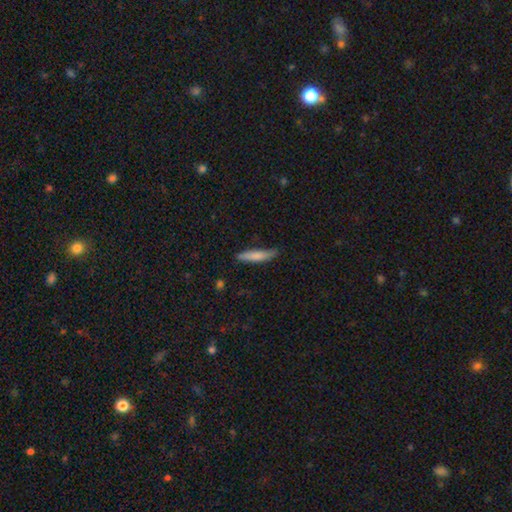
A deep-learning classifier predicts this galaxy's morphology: Smooth or featured: smooth — 77% (featured or disk — 18%)
How rounded: cigar-shaped — 85% (in between — 13%)
Merging: none — 75% (minor disturbance — 20%)